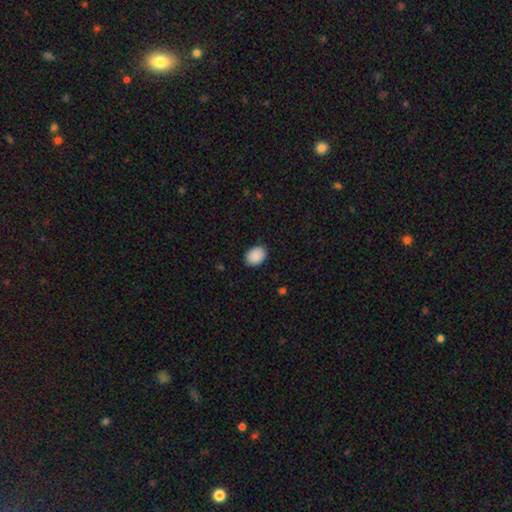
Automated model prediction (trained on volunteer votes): Smooth or featured?
  - smooth: 91% *
  - star or artifact: 7%
  - featured or disk: 3%
How rounded?
  - in between: 65% *
  - round: 34%
  - cigar-shaped: 1%
Merging?
  - none: 89% *
  - minor disturbance: 8%
  - major disturbance: 2%
  - merger: 1%